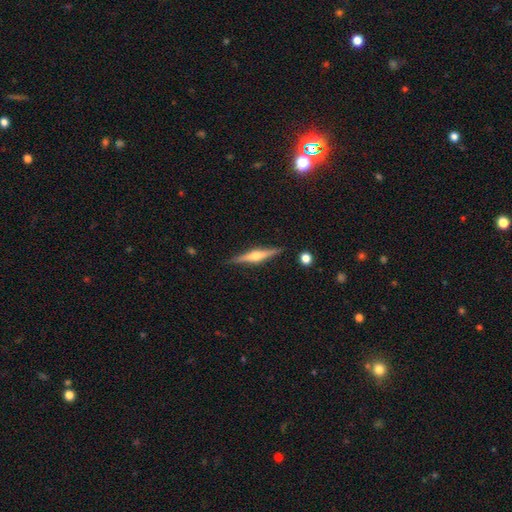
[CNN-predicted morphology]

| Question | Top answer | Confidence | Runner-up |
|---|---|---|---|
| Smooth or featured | featured or disk | 73% | smooth (21%) |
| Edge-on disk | yes | 98% | no (2%) |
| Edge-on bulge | rounded | 92% | boxy (5%) |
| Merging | none | 88% | minor disturbance (8%) |